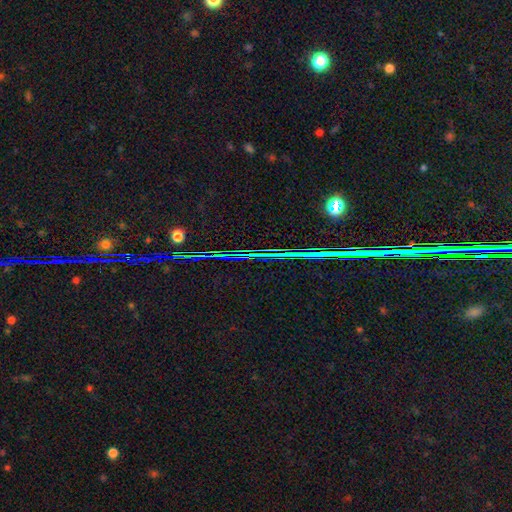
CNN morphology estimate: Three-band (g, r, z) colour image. It shows a star or artifact, not a galaxy (85%).